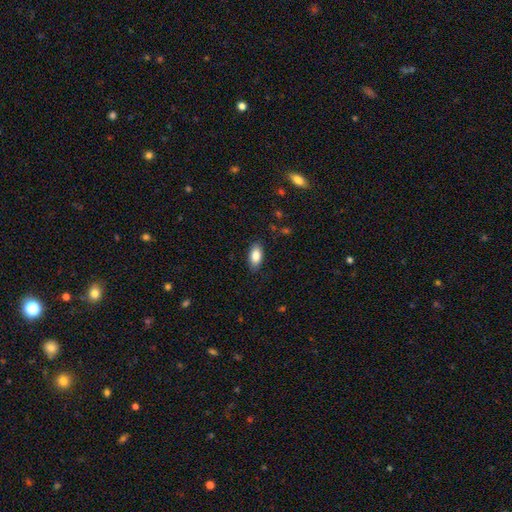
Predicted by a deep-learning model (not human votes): A smooth galaxy with no disk features (87%) that is in between round and cigar-shaped (92%).

Vote fractions:
- Smooth or featured? smooth: 87% / star or artifact: 7% / featured or disk: 7%
- How rounded? in between: 92% / cigar-shaped: 4% / round: 3%
- Merging? none: 86% / minor disturbance: 11% / major disturbance: 2% / merger: 1%